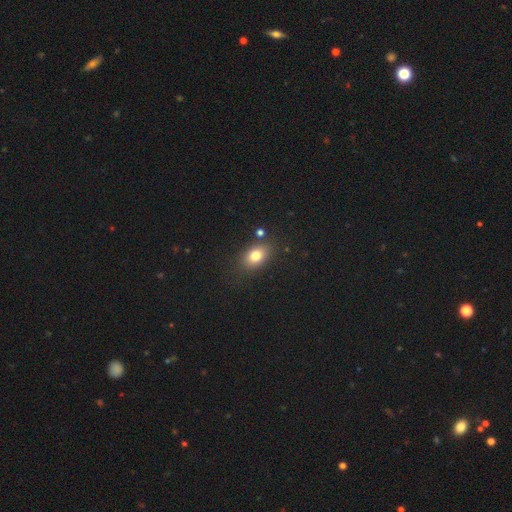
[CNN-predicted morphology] A smooth galaxy with no disk features (79%) that is in between round and cigar-shaped (78%).

Vote fractions:
- Smooth or featured? smooth: 79% / star or artifact: 11% / featured or disk: 10%
- How rounded? in between: 78% / round: 21% / cigar-shaped: 2%
- Merging? none: 79% / minor disturbance: 12% / merger: 5% / major disturbance: 4%